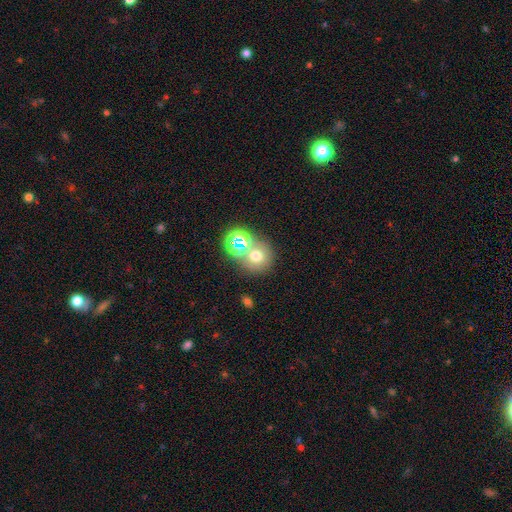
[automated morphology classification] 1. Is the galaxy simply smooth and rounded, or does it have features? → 64% smooth, 23% star or artifact, 14% featured or disk.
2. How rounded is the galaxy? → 84% round, 15% in between, 1% cigar-shaped.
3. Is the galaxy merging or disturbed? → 55% none, 33% merger, 8% minor disturbance, 4% major disturbance.